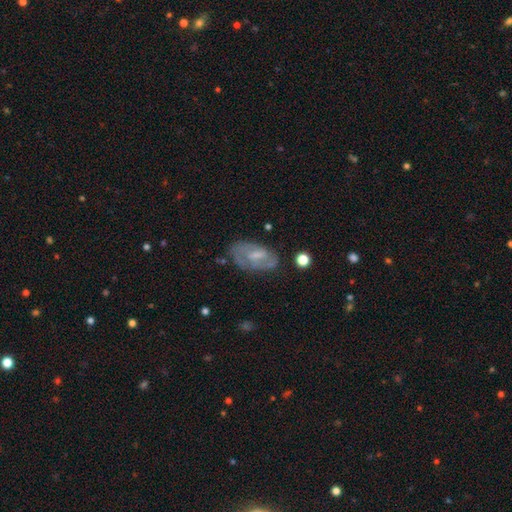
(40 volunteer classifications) smooth-or-featured: featured or disk: 62% | smooth: 30% | star or artifact: 8%
  disk-edge-on: no: 96% | yes: 4%
    bar: weak: 54% | no: 33% | strong: 12%
    has-spiral-arms: yes: 71% | no: 29%
      spiral-winding: medium: 71% | tight: 18% | loose: 12%
      spiral-arm-count: 2: 41% (tied) | can't tell: 41% (tied) | 1: 12% | 3: 6% | 4: 0% | more than 4: 0%
    bulge-size: moderate: 38% (tied) | small: 38% (tied) | none: 25% | dominant: 0% | large: 0%
  merging: none: 57% | minor disturbance: 32% | major disturbance: 5% | merger: 5%